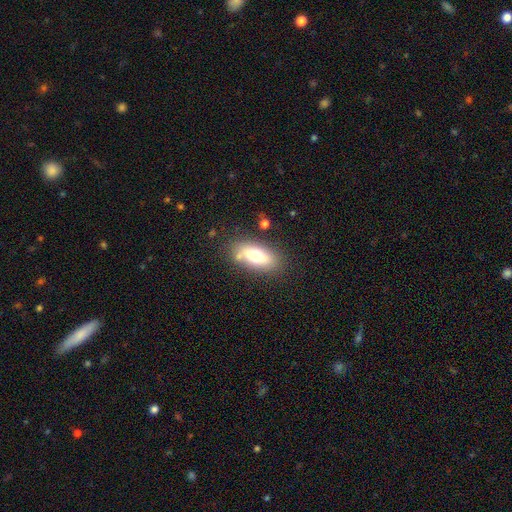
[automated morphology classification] Smooth or featured?
  - smooth: 67% *
  - featured or disk: 24%
  - star or artifact: 8%
How rounded?
  - in between: 83% *
  - cigar-shaped: 12%
  - round: 5%
Merging?
  - none: 75% *
  - minor disturbance: 15%
  - merger: 5%
  - major disturbance: 4%